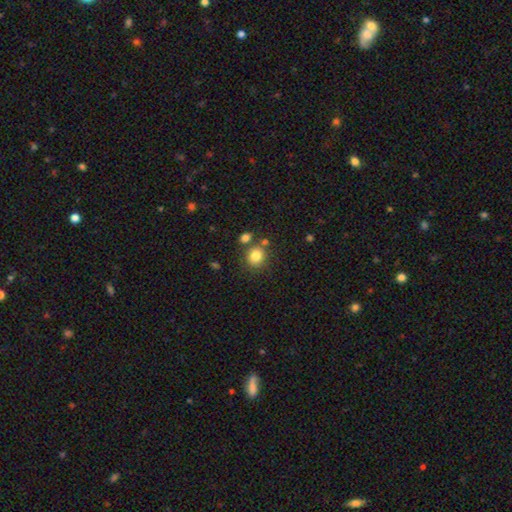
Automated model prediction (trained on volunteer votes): smooth 82%, star or artifact 11%, featured or disk 7%. Down the decision tree: how rounded — round (82%); merging — none (72%).